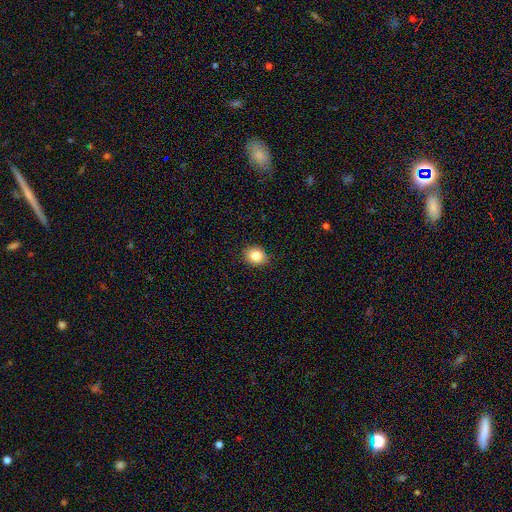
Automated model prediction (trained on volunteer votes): Morphology: type=smooth (83%); roundness=round (66%); merging=none (89%).